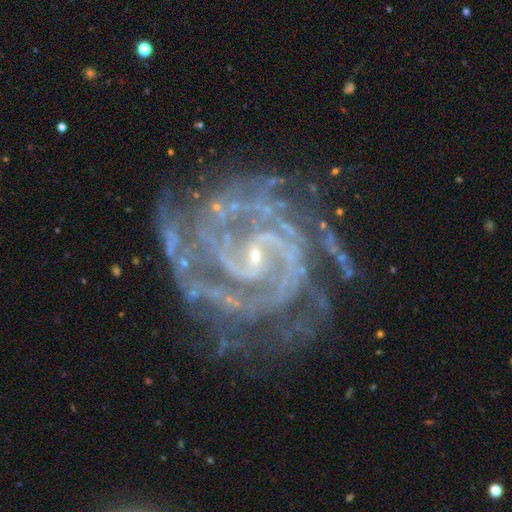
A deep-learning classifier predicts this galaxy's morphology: The model was most divided on "bar": weak: 43%, no: 37%, strong: 21%. Remaining: spiral arms — yes (98%); edge-on disk — no (98%); smooth or featured — featured or disk (92%); bulge size — small (83%); spiral winding — tight (67%); merging — none (66%); spiral arm count — 2 (43%).